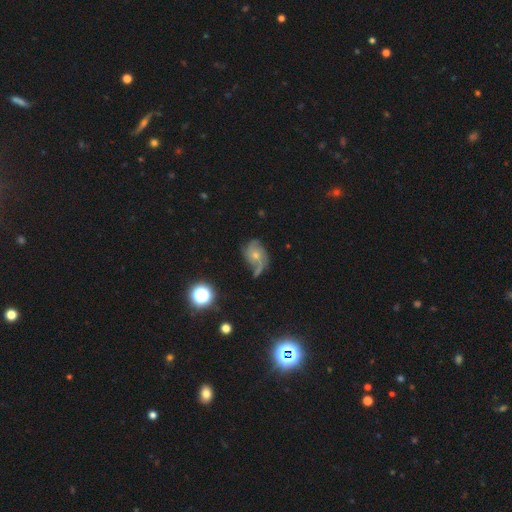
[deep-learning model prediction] Q: Smooth or featured?
A: featured or disk (70%); runner-up: smooth (20%)
Q: Edge-on disk?
A: no (97%); runner-up: yes (3%)
Q: Bar?
A: no (77%); runner-up: weak (20%)
Q: Spiral arms?
A: yes (91%); runner-up: no (9%)
Q: Spiral winding?
A: loose (42%); runner-up: medium (38%)
Q: Spiral arm count?
A: 2 (36%); runner-up: 3 (23%)
Q: Bulge size?
A: small (53%); runner-up: moderate (41%)
Q: Merging?
A: none (45%); runner-up: minor disturbance (28%)